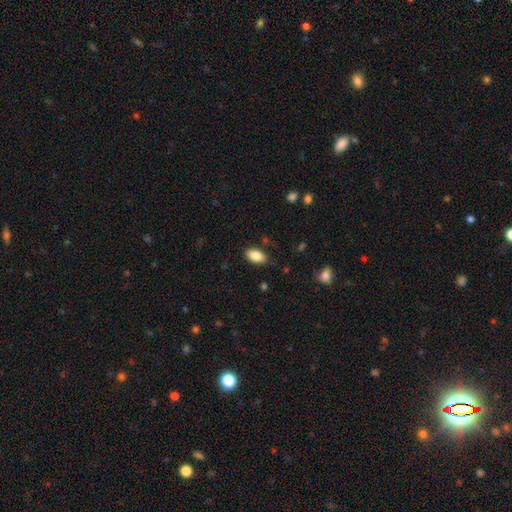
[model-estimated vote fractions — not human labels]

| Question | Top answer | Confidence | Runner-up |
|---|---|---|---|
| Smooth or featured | smooth | 86% | star or artifact (7%) |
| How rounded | in between | 92% | round (6%) |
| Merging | none | 83% | minor disturbance (13%) |